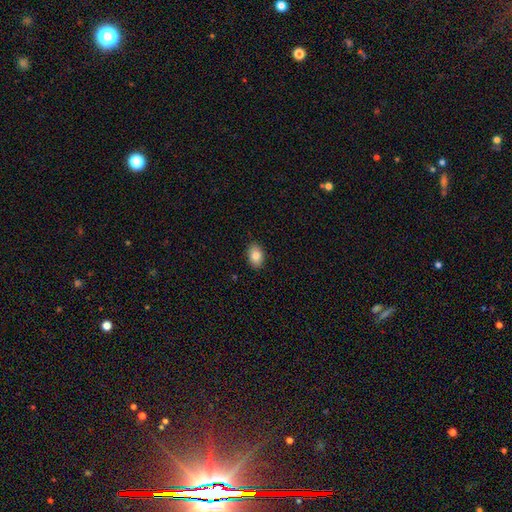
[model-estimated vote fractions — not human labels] Overall: smooth (84%). How rounded: in between (84%). Merging: none (89%).